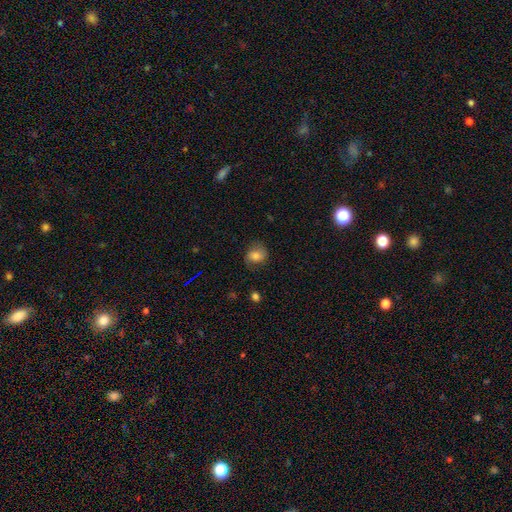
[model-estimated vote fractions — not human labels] Morphology: type=smooth (65%); roundness=round (55%); merging=none (65%).